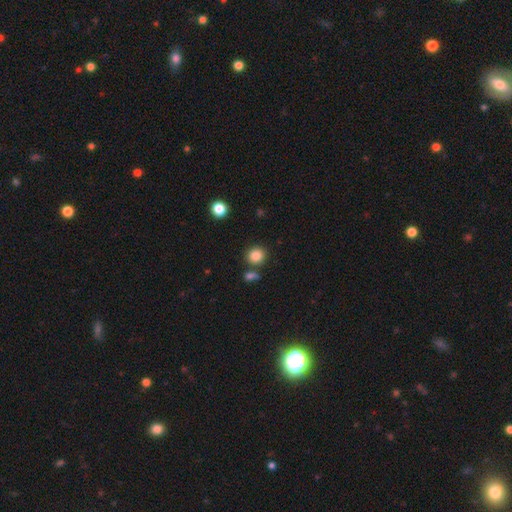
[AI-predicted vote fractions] A smooth galaxy with no disk features (85%) that is round (84%).

Vote fractions:
- Smooth or featured? smooth: 85% / star or artifact: 10% / featured or disk: 5%
- How rounded? round: 84% / in between: 15% / cigar-shaped: 1%
- Merging? none: 78% / merger: 10% / minor disturbance: 9% / major disturbance: 3%